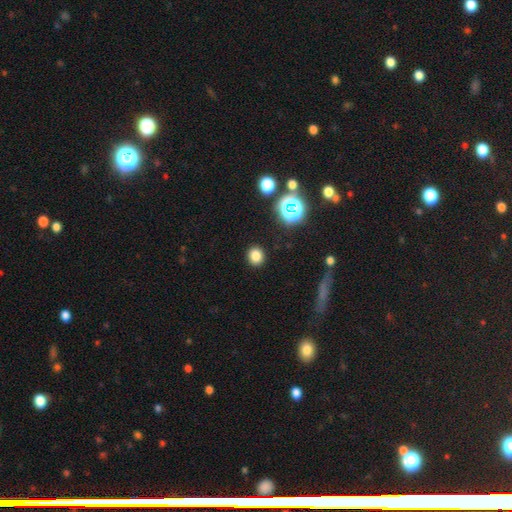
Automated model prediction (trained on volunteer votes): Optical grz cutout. It shows a smooth galaxy with no disk features (79%) that is round (75%). Merging: none (90%).